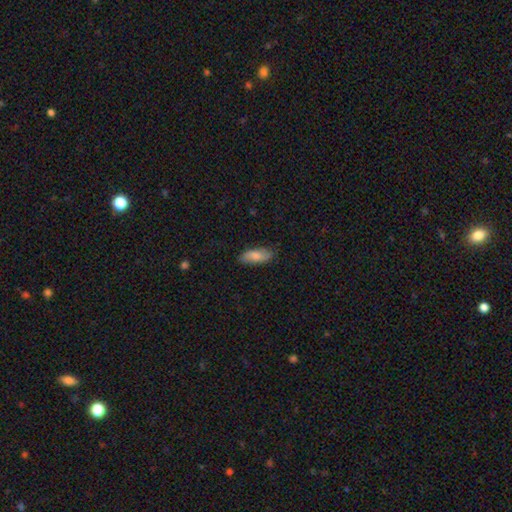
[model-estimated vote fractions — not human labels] smooth_or_featured: smooth (p=0.78) [alt: featured or disk p=0.16]
how_rounded: in between (p=0.80) [alt: cigar-shaped p=0.18]
merging: none (p=0.82) [alt: minor disturbance p=0.15]